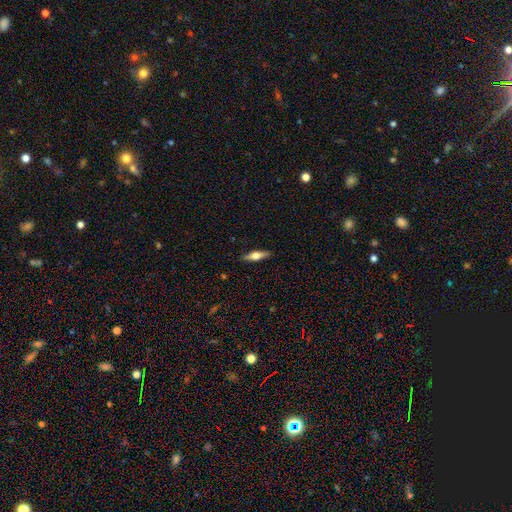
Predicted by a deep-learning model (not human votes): This appears to be a featured or disk galaxy (49%). Merging: none (89%).